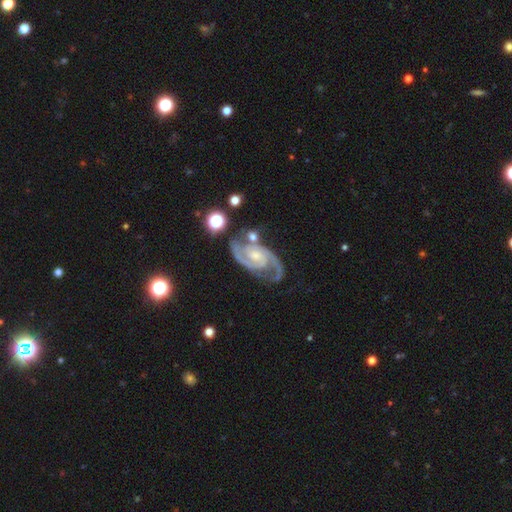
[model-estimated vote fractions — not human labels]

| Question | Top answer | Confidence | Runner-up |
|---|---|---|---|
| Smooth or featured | featured or disk | 92% | star or artifact (5%) |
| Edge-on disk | no | 97% | yes (3%) |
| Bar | no | 54% | weak (35%) |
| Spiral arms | yes | 98% | no (2%) |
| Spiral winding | medium | 50% | tight (43%) |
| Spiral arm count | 2 | 88% | 3 (5%) |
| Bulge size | small | 48% | moderate (39%) |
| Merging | none | 64% | minor disturbance (19%) |